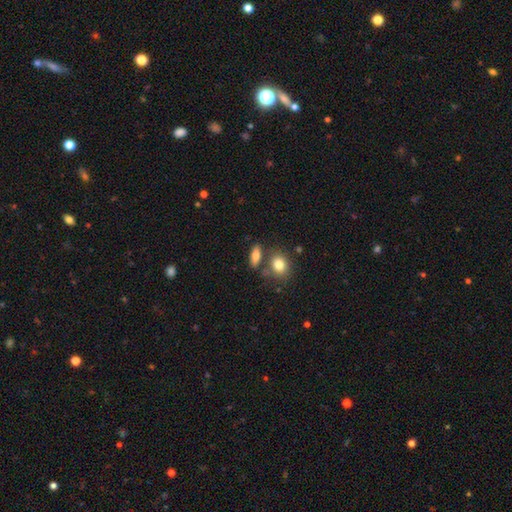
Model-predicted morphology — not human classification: The model was most divided on "merging": none: 67%, merger: 16%, minor disturbance: 13%, major disturbance: 4%. More confident: smooth or featured — smooth (77%); how rounded — in between (71%).